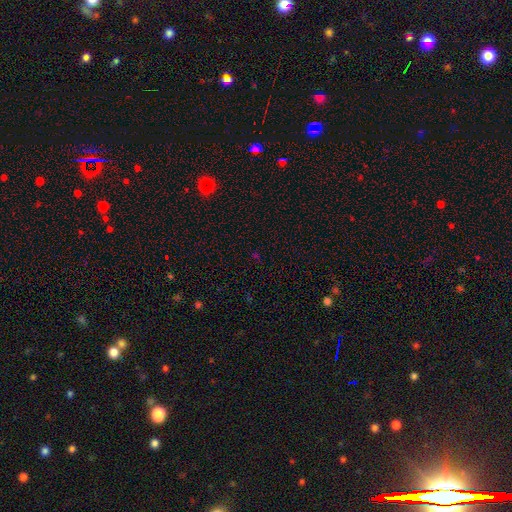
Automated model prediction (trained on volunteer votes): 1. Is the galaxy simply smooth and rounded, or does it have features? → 64% star or artifact, 29% smooth, 7% featured or disk.